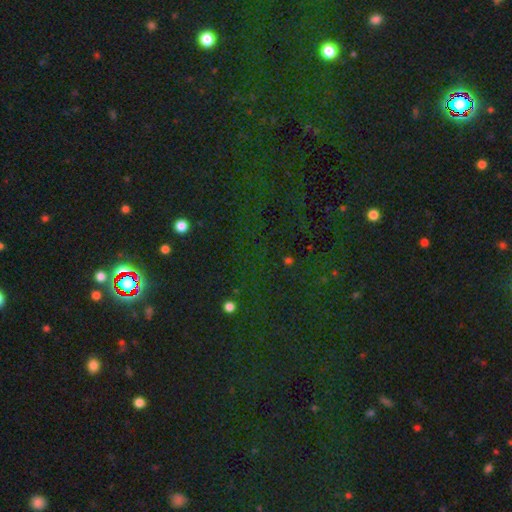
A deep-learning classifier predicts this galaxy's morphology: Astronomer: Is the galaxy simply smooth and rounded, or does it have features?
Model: star or artifact — 80%.